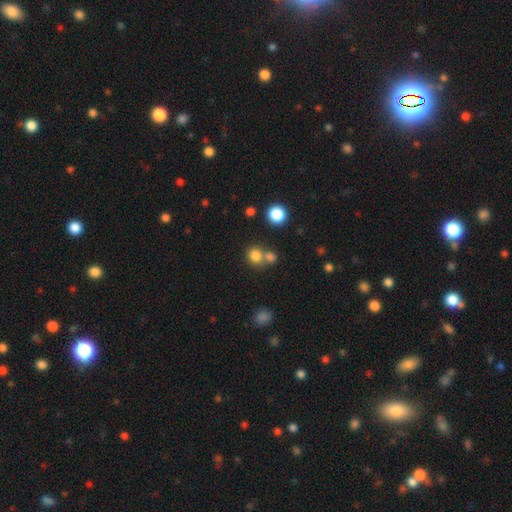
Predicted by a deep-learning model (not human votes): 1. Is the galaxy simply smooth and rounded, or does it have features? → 80% smooth, 14% star or artifact, 7% featured or disk.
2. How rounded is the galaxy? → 85% round, 14% in between, 1% cigar-shaped.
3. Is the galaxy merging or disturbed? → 56% none, 34% merger, 7% minor disturbance, 3% major disturbance.